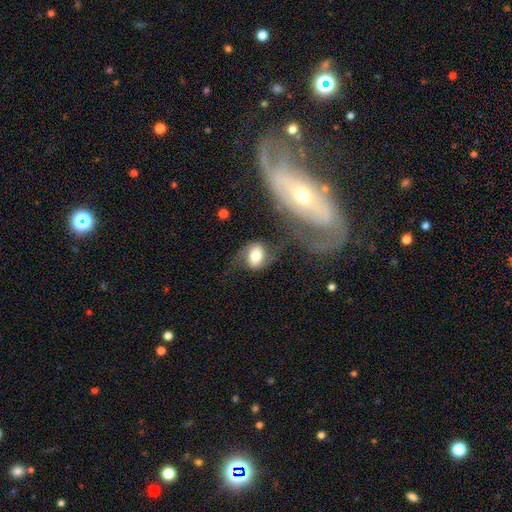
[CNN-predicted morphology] smooth 57%, featured or disk 35%, star or artifact 8%. Down the decision tree: how rounded — in between (67%); merging — none (54%).